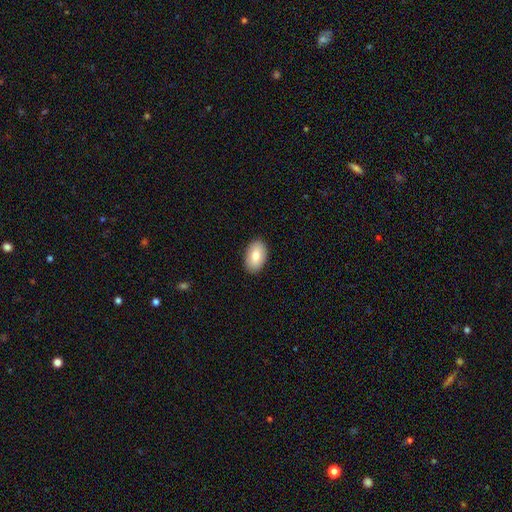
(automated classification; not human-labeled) smooth 80%, featured or disk 13%, star or artifact 6%. Down the decision tree: how rounded — in between (92%); merging — none (89%).